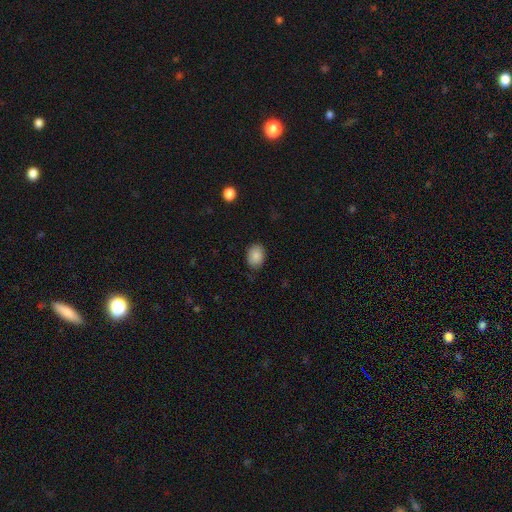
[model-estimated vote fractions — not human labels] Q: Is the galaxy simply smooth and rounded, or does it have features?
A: smooth — 88%.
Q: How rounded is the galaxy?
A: in between — 75%.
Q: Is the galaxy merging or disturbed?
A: none — 82%.